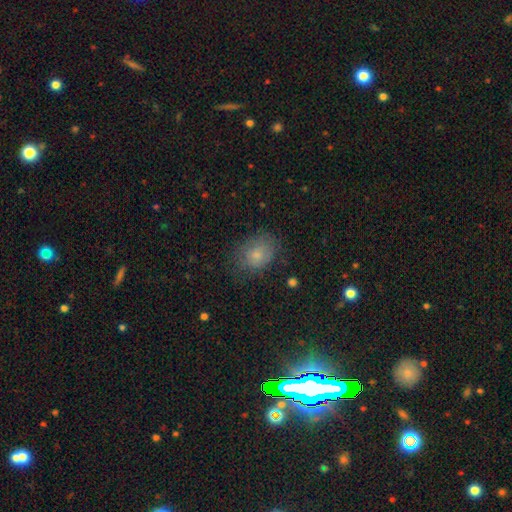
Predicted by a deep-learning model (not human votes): smooth 68%, star or artifact 18%, featured or disk 14%. Down the decision tree: how rounded — in between (55%); merging — none (73%).